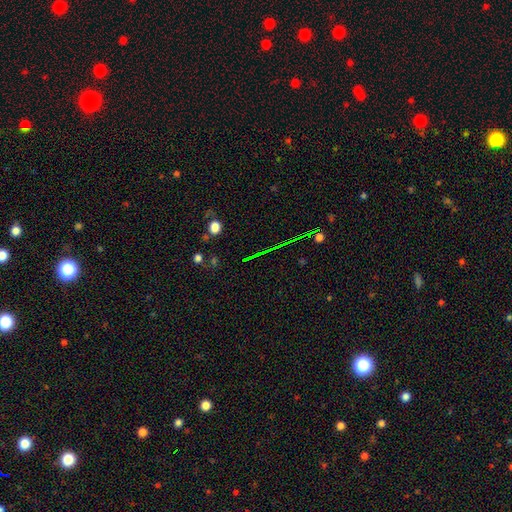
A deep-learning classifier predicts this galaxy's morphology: This is likely a star or artifact rather than a galaxy (66%).